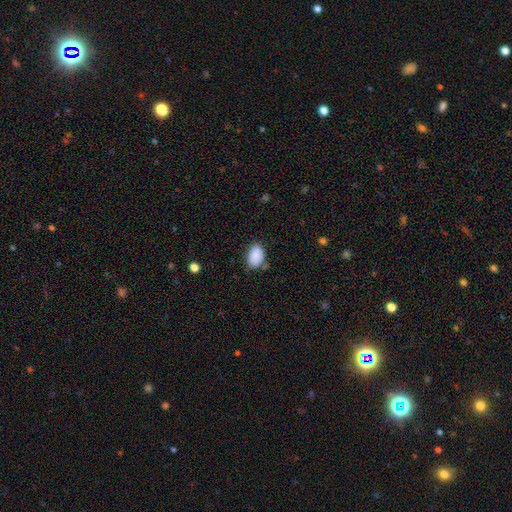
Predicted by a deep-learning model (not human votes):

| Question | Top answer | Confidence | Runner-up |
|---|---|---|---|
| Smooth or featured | smooth | 89% | star or artifact (7%) |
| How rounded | in between | 90% | round (9%) |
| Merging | none | 69% | minor disturbance (21%) |